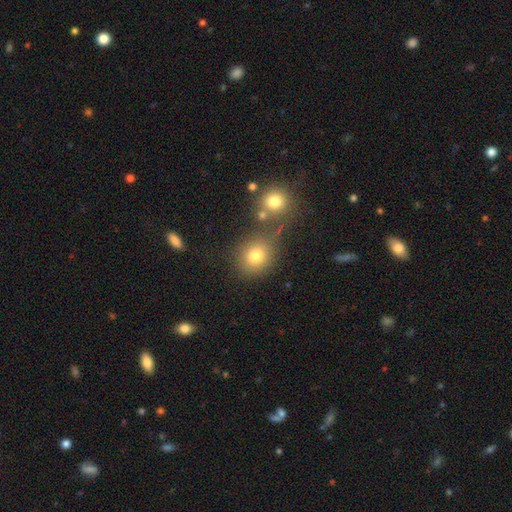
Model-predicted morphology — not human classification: A smooth galaxy with no disk features (77%) that is round (76%).

Vote fractions:
- Smooth or featured? smooth: 77% / star or artifact: 15% / featured or disk: 8%
- How rounded? round: 76% / in between: 23% / cigar-shaped: 1%
- Merging? none: 69% / merger: 16% / minor disturbance: 11% / major disturbance: 5%